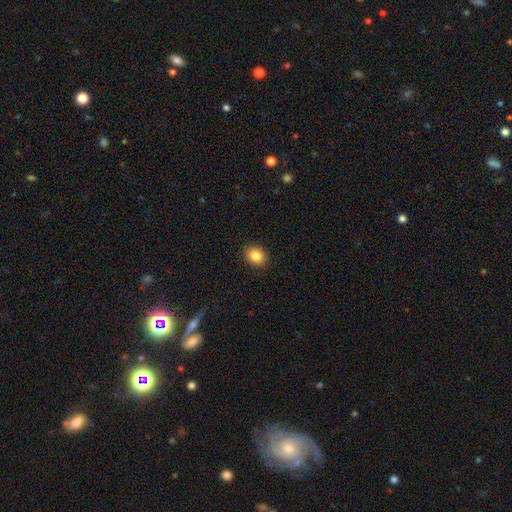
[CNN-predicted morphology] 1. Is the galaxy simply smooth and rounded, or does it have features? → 86% smooth, 9% star or artifact, 4% featured or disk.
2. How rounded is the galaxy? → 52% round, 47% in between, 1% cigar-shaped.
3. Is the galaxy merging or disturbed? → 90% none, 7% minor disturbance, 2% major disturbance, 1% merger.